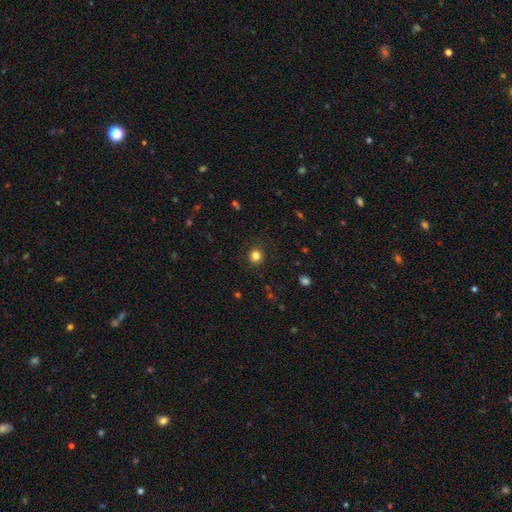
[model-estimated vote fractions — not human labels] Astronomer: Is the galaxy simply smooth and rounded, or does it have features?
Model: smooth — 82%.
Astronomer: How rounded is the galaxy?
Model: round — 91%.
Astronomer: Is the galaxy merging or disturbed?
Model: none — 90%.